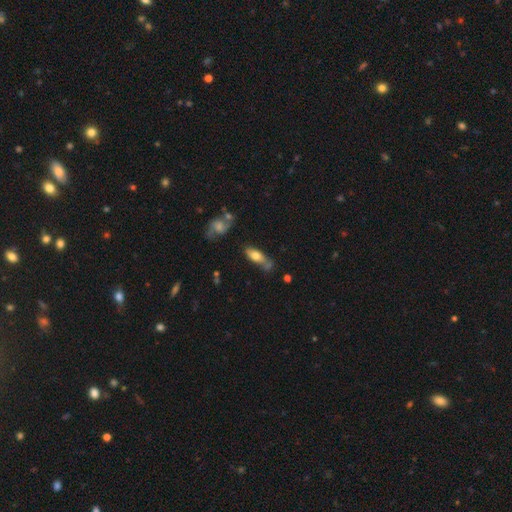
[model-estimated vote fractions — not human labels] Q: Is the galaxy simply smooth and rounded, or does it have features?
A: smooth — 65%.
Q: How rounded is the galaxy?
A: in between — 65%.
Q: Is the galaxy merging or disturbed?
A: none — 43%.